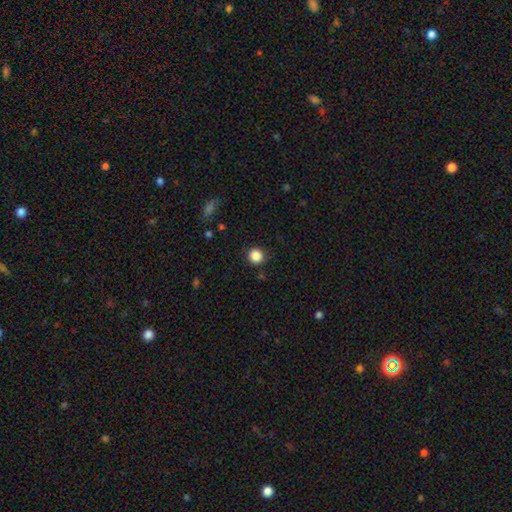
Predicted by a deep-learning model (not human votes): Smooth or featured: smooth — 86% (star or artifact — 11%)
How rounded: round — 93% (in between — 6%)
Merging: none — 88% (minor disturbance — 8%)